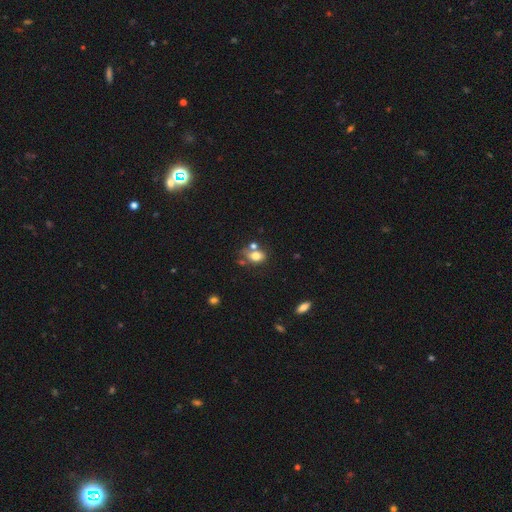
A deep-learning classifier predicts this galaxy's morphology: smooth 74%, featured or disk 15%, star or artifact 11%. Down the decision tree: how rounded — in between (75%); merging — none (47%).